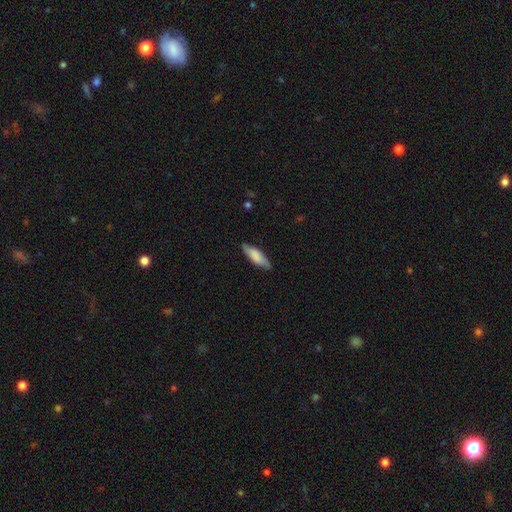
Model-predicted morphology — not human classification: Smooth or featured: smooth — 74% (featured or disk — 20%)
How rounded: in between — 52% (cigar-shaped — 46%)
Merging: none — 81% (minor disturbance — 15%)